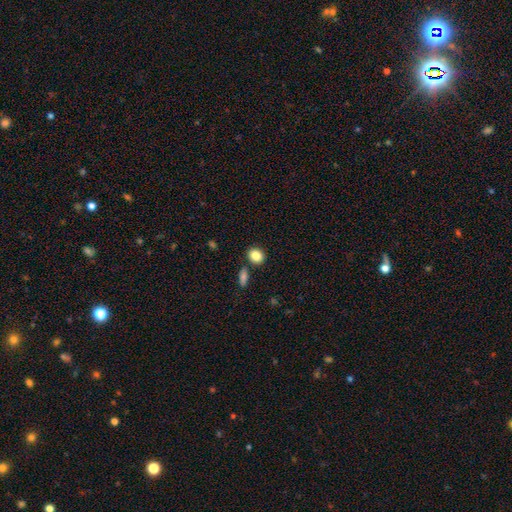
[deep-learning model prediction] A smooth galaxy with no disk features (86%) that is round (63%). Merging: none (81%).